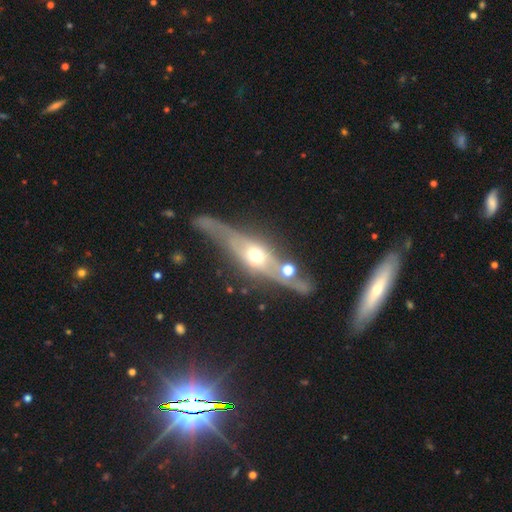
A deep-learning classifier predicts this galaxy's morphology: Q: Smooth or featured?
A: featured or disk (78%); runner-up: smooth (13%)
Q: Edge-on disk?
A: yes (78%); runner-up: no (22%)
Q: Edge-on bulge?
A: rounded (88%); runner-up: boxy (6%)
Q: Merging?
A: none (64%); runner-up: minor disturbance (18%)